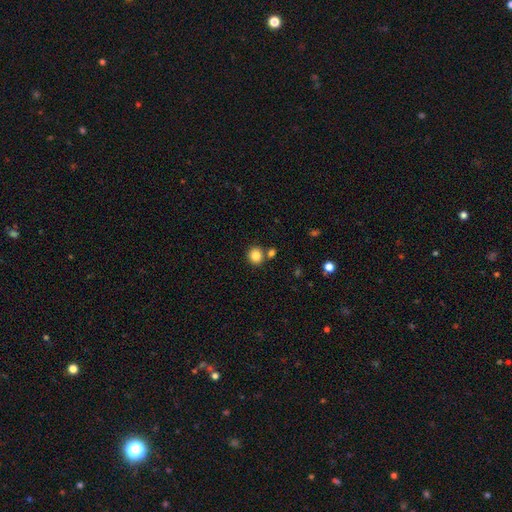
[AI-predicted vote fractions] Smooth or featured? Predicted: smooth (p=0.85). How rounded? Predicted: round (p=0.86). Merging? Predicted: none (p=0.76).